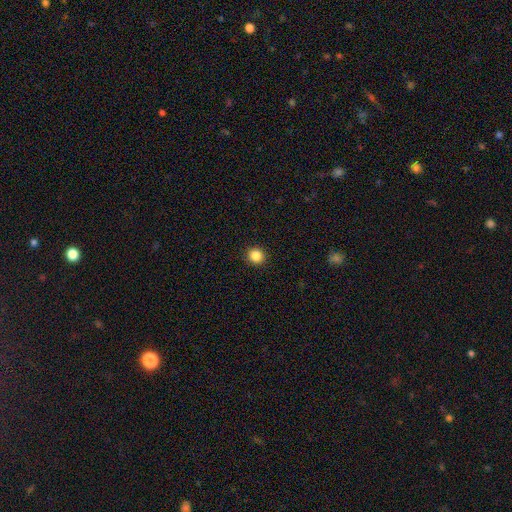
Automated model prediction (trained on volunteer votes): Q: Smooth or featured?
A: smooth (85%); runner-up: star or artifact (11%)
Q: How rounded?
A: round (90%); runner-up: in between (9%)
Q: Merging?
A: none (92%); runner-up: minor disturbance (5%)